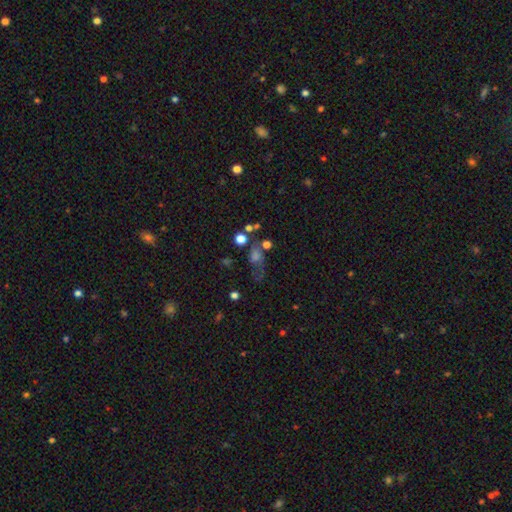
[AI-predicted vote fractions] This is marginally a smooth galaxy (42%). Merging: marginally none (40%).